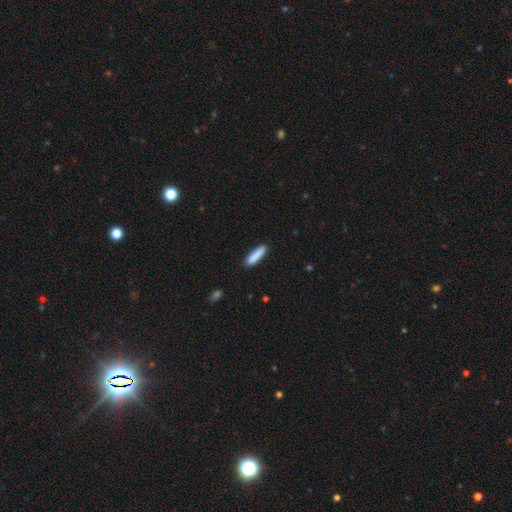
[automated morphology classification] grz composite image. It shows a smooth galaxy with no disk features (87%) that is cigar-shaped (80%). Merging: none (88%).